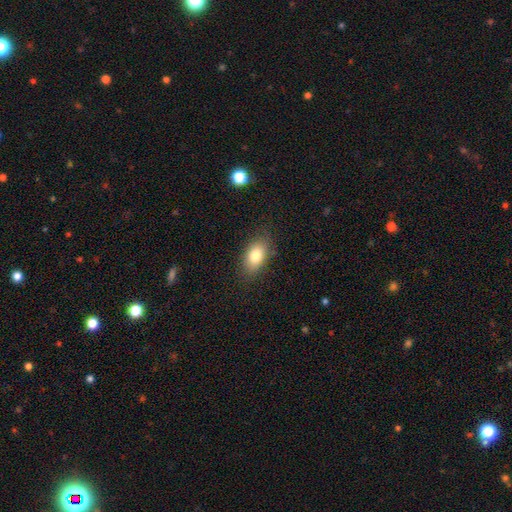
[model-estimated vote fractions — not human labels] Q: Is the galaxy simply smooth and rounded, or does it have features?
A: smooth — 79%.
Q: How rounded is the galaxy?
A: in between — 89%.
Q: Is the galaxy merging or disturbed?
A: none — 83%.